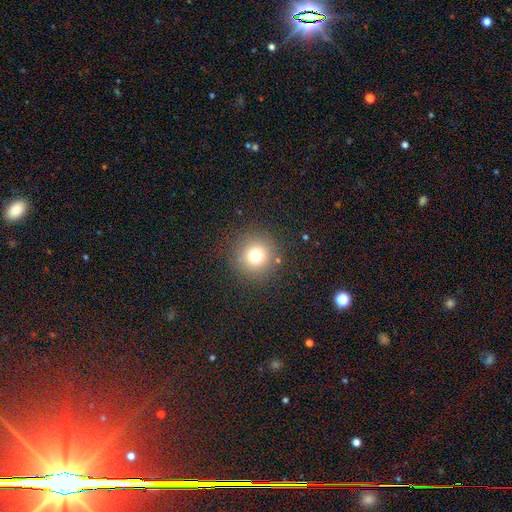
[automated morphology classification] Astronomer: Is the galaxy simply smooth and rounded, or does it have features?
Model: smooth — 75%.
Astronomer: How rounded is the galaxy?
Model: round — 95%.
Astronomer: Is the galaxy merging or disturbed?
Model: none — 88%.